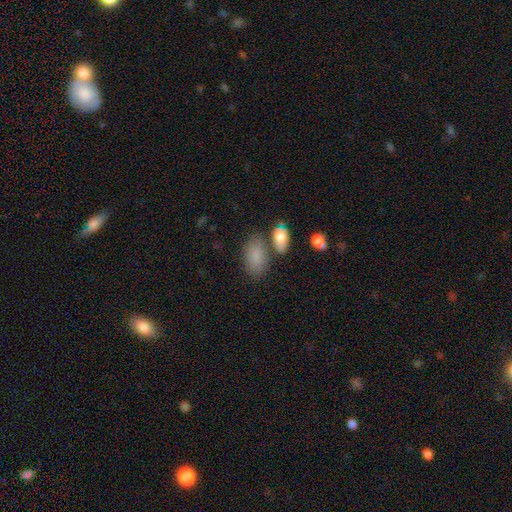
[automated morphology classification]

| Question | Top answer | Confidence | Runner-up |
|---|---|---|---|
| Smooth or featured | smooth | 84% | star or artifact (8%) |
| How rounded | in between | 92% | round (6%) |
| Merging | none | 62% | merger (16%) |